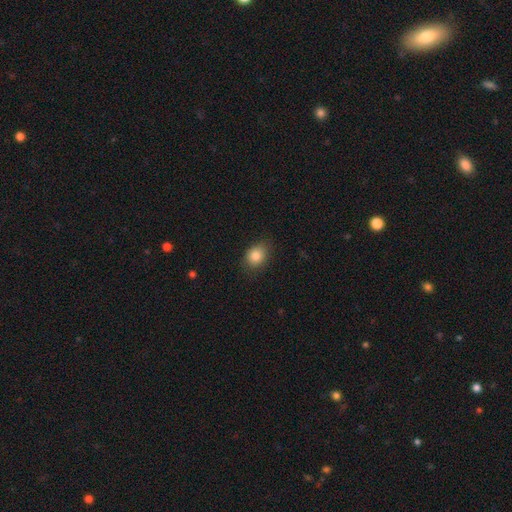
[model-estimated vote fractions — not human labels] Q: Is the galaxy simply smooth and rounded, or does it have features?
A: smooth — 84%.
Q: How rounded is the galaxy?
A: in between — 55%.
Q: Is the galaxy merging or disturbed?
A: none — 79%.